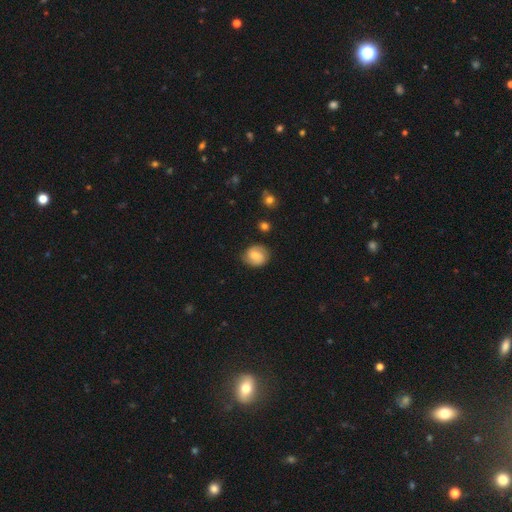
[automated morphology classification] smooth-or-featured: smooth: 55% | featured or disk: 38% | star or artifact: 8%
  how-rounded: round: 75% | in between: 24% | cigar-shaped: 1%
  merging: none: 80% | minor disturbance: 14% | major disturbance: 4% | merger: 2%